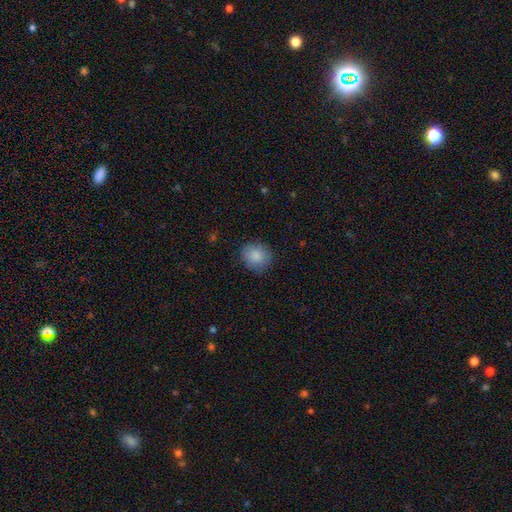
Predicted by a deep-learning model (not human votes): Smooth or featured: smooth — 87% (star or artifact — 7%)
How rounded: round — 75% (in between — 24%)
Merging: none — 83% (minor disturbance — 13%)